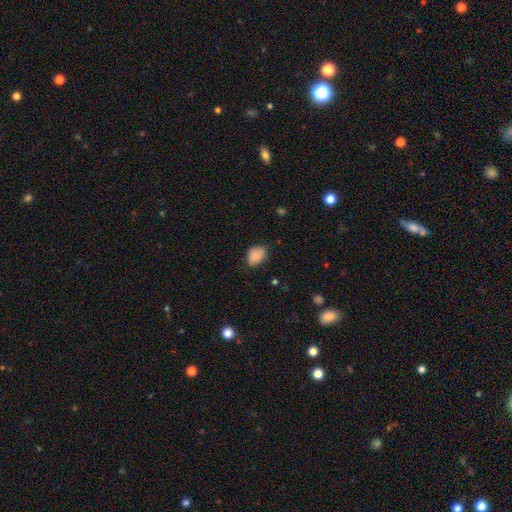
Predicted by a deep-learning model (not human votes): Morphology: type=smooth (86%); roundness=in between (71%); merging=none (63%).